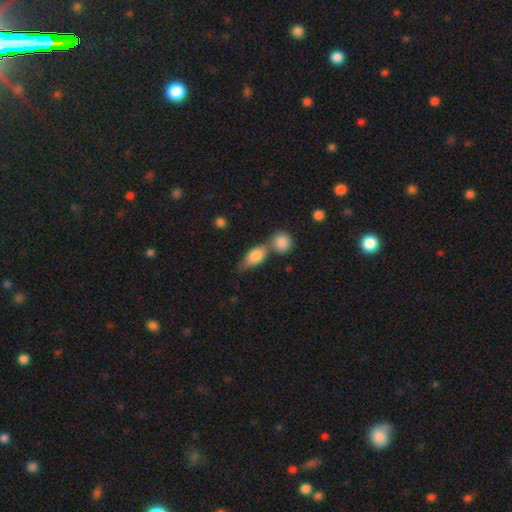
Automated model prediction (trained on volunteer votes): Smooth or featured? Predicted: smooth (p=0.78). How rounded? Predicted: in between (p=0.77). Merging? Predicted: merger (p=0.47).